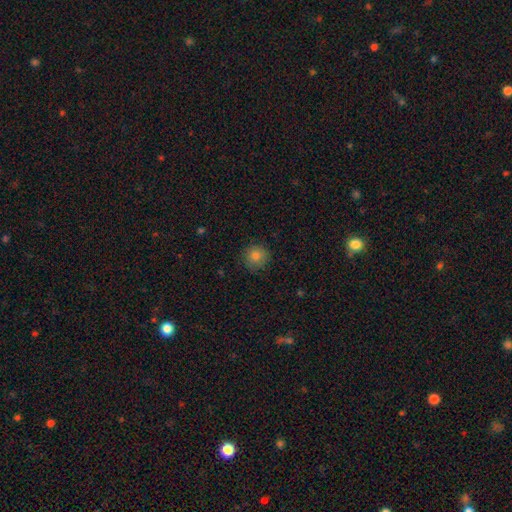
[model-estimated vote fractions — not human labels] smooth-or-featured: smooth: 82% | star or artifact: 12% | featured or disk: 6%
  how-rounded: round: 93% | in between: 6% | cigar-shaped: 1%
  merging: none: 87% | minor disturbance: 9% | major disturbance: 2% | merger: 1%